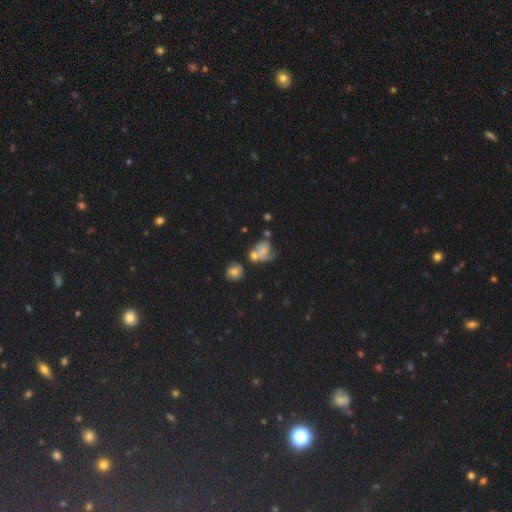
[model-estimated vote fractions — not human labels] The model was most divided on "smooth or featured": smooth: 40%, star or artifact: 38%, featured or disk: 21%. Remaining: merging — none (45%).